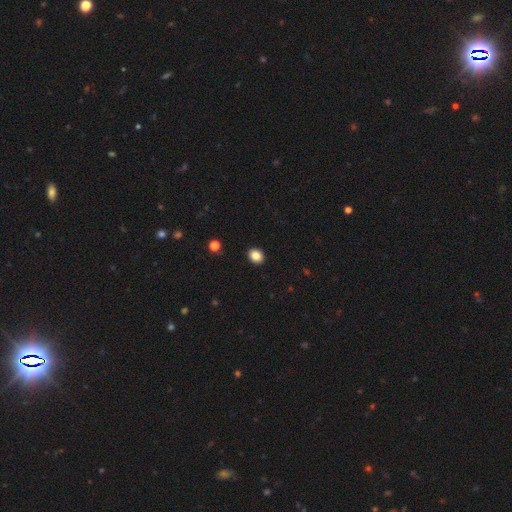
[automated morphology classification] Overall: smooth (85%). How rounded: round (53%; in between 46%). Merging: none (92%).